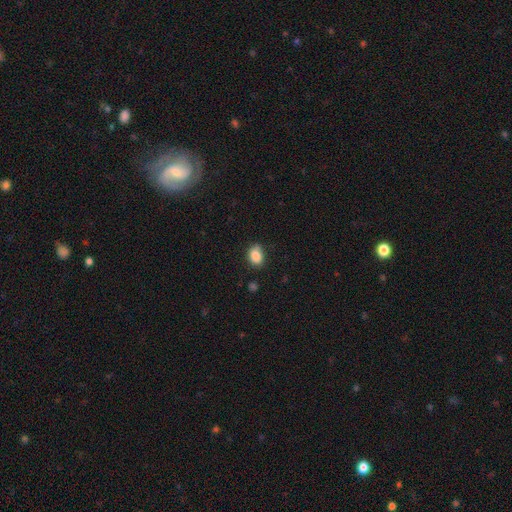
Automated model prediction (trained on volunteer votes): Morphology: type=smooth (86%); roundness=in between (71%); merging=none (74%).